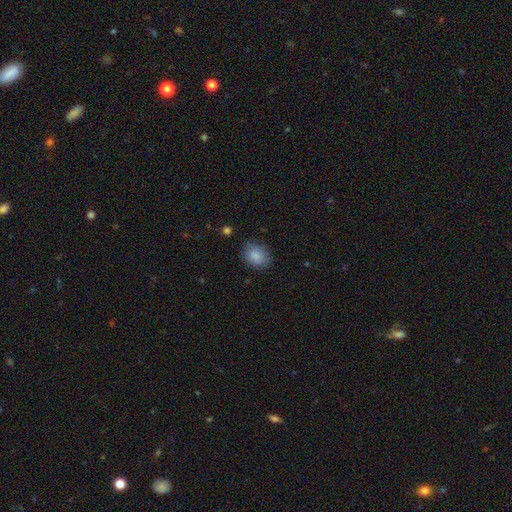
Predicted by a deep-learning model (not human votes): Smooth or featured? Predicted: smooth (p=0.87). How rounded? Predicted: in between (p=0.58). Merging? Predicted: none (p=0.81).